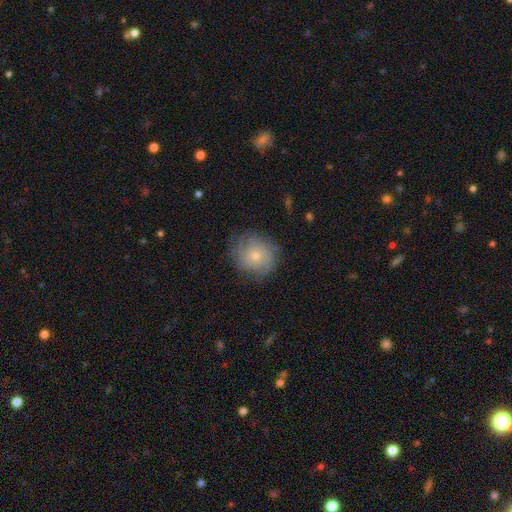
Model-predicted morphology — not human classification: This appears to be a smooth galaxy with no disk features (47%). Merging: none (75%).